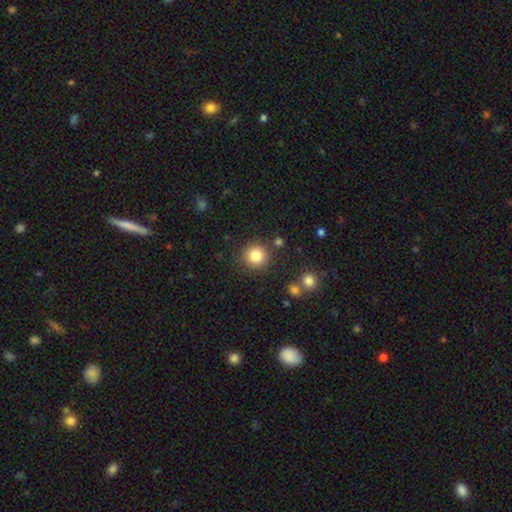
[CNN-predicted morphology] smooth-or-featured: smooth: 84% | star or artifact: 11% | featured or disk: 5%
  how-rounded: round: 93% | in between: 6% | cigar-shaped: 1%
  merging: none: 85% | minor disturbance: 8% | merger: 4% | major disturbance: 3%